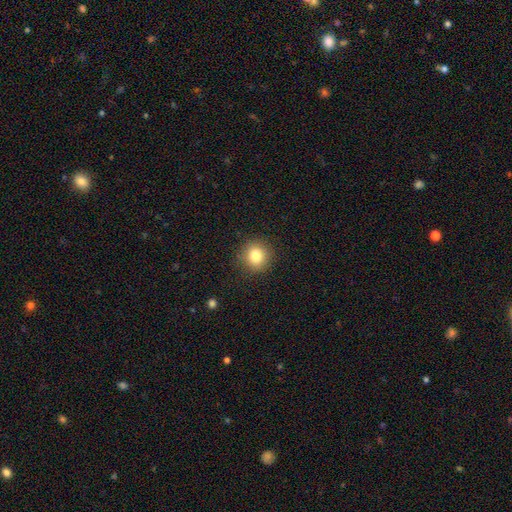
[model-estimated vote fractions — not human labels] A smooth galaxy with no disk features (82%) that is round (90%). Merging: none (90%).